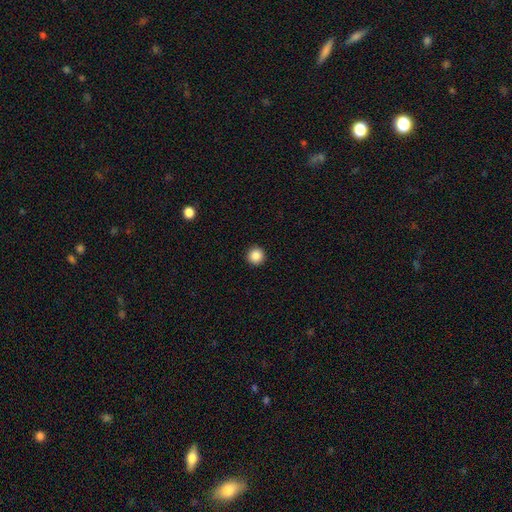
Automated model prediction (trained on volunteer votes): Smooth or featured?
  - smooth: 87% *
  - star or artifact: 10%
  - featured or disk: 3%
How rounded?
  - round: 96% *
  - in between: 3%
  - cigar-shaped: 1%
Merging?
  - none: 94% *
  - minor disturbance: 4%
  - major disturbance: 1%
  - merger: 1%